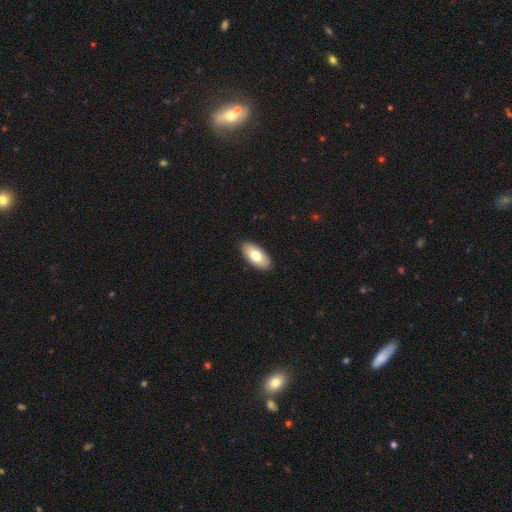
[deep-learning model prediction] This is likely a smooth galaxy (74%). How rounded: clearly in between (93%). Merging: clearly none (91%).